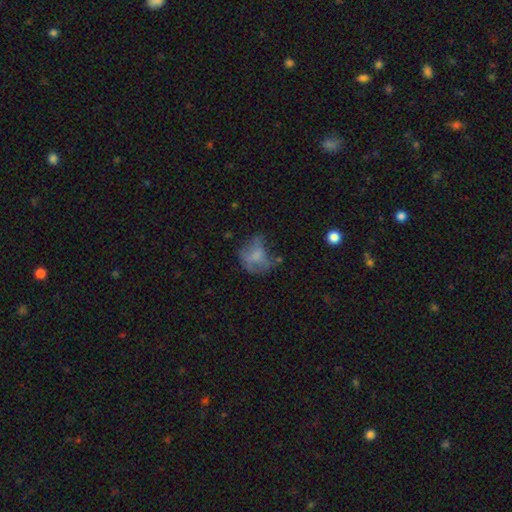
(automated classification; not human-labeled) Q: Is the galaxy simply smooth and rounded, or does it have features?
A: smooth — 52%.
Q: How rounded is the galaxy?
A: round — 53%.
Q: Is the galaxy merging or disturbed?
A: none — 36%.